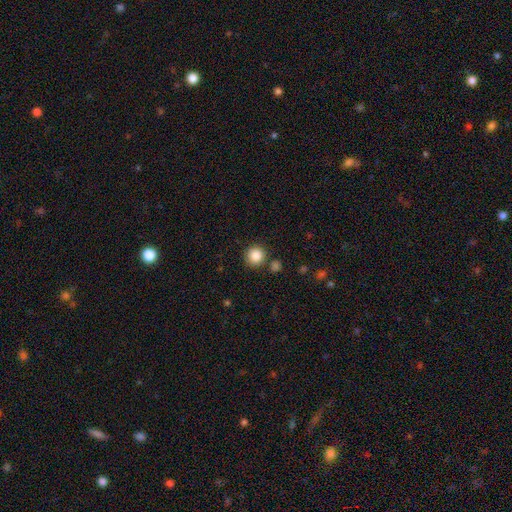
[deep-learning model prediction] A smooth galaxy with no disk features (86%) that is round (94%).

Vote fractions:
- Smooth or featured? smooth: 86% / star or artifact: 10% / featured or disk: 4%
- How rounded? round: 94% / in between: 5% / cigar-shaped: 1%
- Merging? none: 85% / minor disturbance: 7% / merger: 6% / major disturbance: 2%